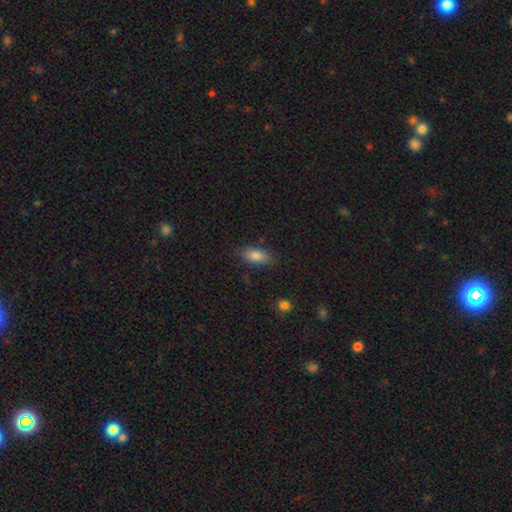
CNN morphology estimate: smooth 82%, featured or disk 10%, star or artifact 8%. Down the decision tree: how rounded — in between (88%); merging — none (80%).